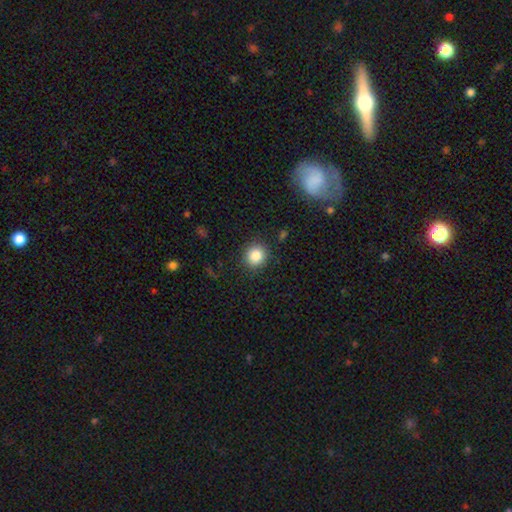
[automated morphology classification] Smooth or featured? smooth (85%)
How rounded? round (87%)
Merging? none (89%)